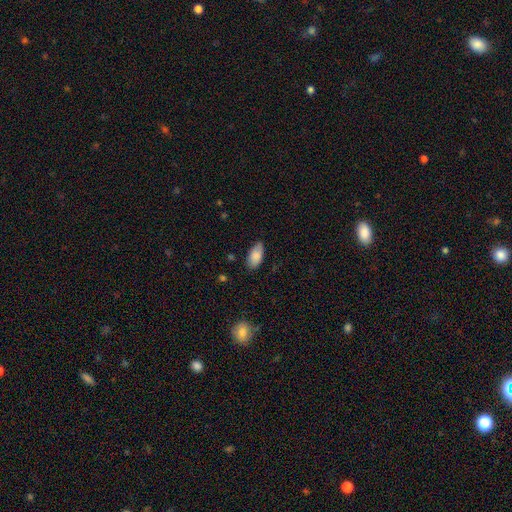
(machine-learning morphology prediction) The model was most divided on "merging": none: 76%, minor disturbance: 19%, major disturbance: 3%, merger: 1%. More confident: how rounded — in between (93%); smooth or featured — smooth (85%).